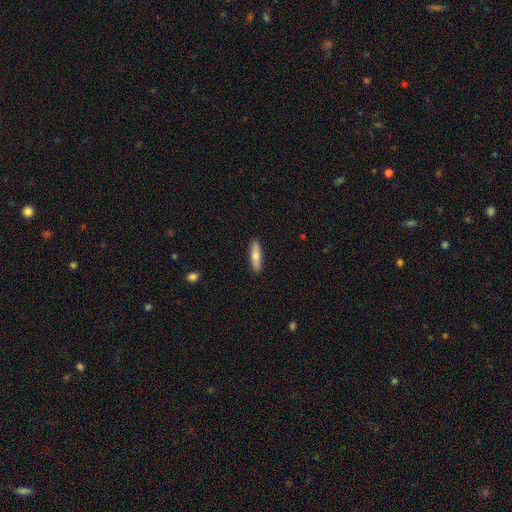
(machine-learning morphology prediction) A smooth galaxy with no disk features (70%) that is cigar-shaped (74%).

Vote fractions:
- Smooth or featured? smooth: 70% / featured or disk: 25% / star or artifact: 6%
- How rounded? cigar-shaped: 74% / in between: 24% / round: 2%
- Merging? none: 90% / minor disturbance: 7% / major disturbance: 2% / merger: 1%